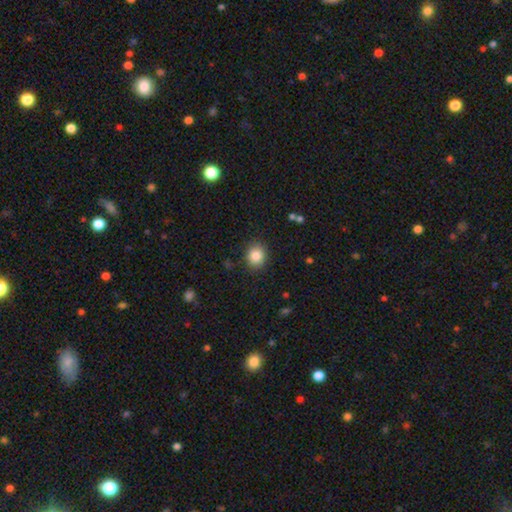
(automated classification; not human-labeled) A smooth galaxy with no disk features (86%) that is round (64%).

Vote fractions:
- Smooth or featured? smooth: 86% / star or artifact: 9% / featured or disk: 5%
- How rounded? round: 64% / in between: 35% / cigar-shaped: 1%
- Merging? none: 87% / minor disturbance: 9% / major disturbance: 3% / merger: 1%